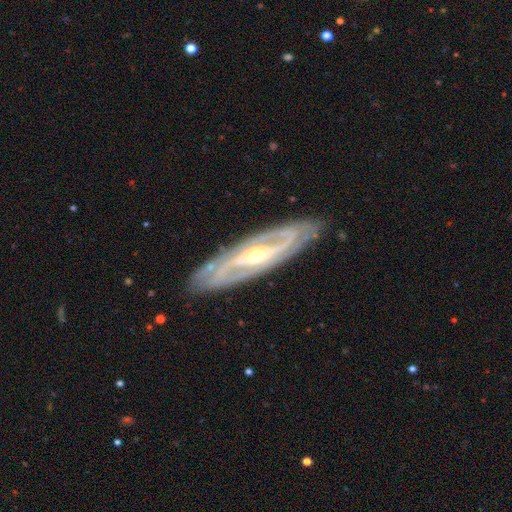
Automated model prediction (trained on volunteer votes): Q: Smooth or featured?
A: featured or disk (88%); runner-up: smooth (7%)
Q: Edge-on disk?
A: no (79%); runner-up: yes (21%)
Q: Bar?
A: strong (42%); runner-up: weak (33%)
Q: Spiral arms?
A: yes (93%); runner-up: no (7%)
Q: Spiral winding?
A: tight (52%); runner-up: medium (36%)
Q: Spiral arm count?
A: 2 (60%); runner-up: can't tell (20%)
Q: Bulge size?
A: small (54%); runner-up: moderate (43%)
Q: Merging?
A: none (86%); runner-up: minor disturbance (11%)